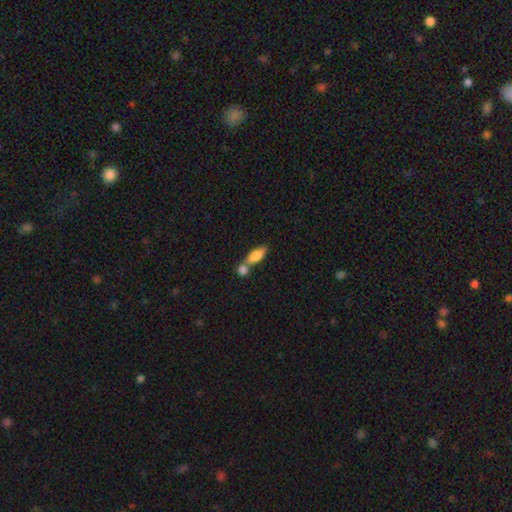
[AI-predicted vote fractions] Smooth or featured?
  - smooth: 81% *
  - featured or disk: 12%
  - star or artifact: 7%
How rounded?
  - in between: 80% *
  - cigar-shaped: 16%
  - round: 4%
Merging?
  - merger: 56% *
  - none: 32%
  - minor disturbance: 8%
  - major disturbance: 3%